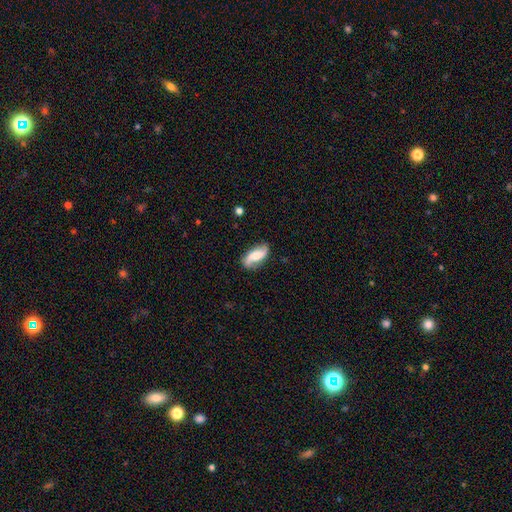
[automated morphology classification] Smooth or featured? Predicted: featured or disk (p=0.61). Edge-on disk? Predicted: no (p=0.92). Bar? Predicted: no (p=0.49). Spiral arms? Predicted: yes (p=0.91). Spiral winding? Predicted: loose (p=0.65). Spiral arm count? Predicted: 2 (p=0.89). Bulge size? Predicted: moderate (p=0.50). Merging? Predicted: none (p=0.78).